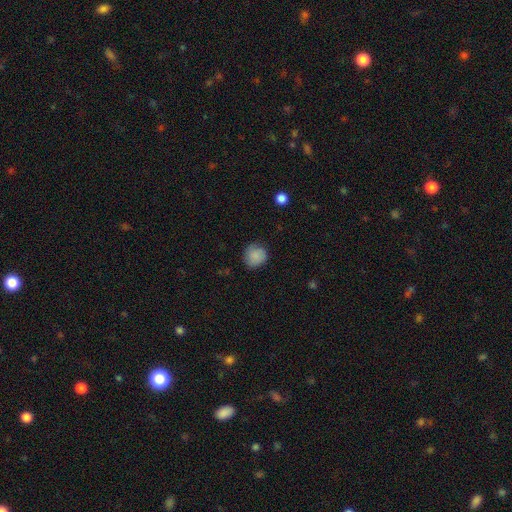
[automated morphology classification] Smooth or featured? Predicted: smooth (p=0.85). How rounded? Predicted: round (p=0.85). Merging? Predicted: none (p=0.77).